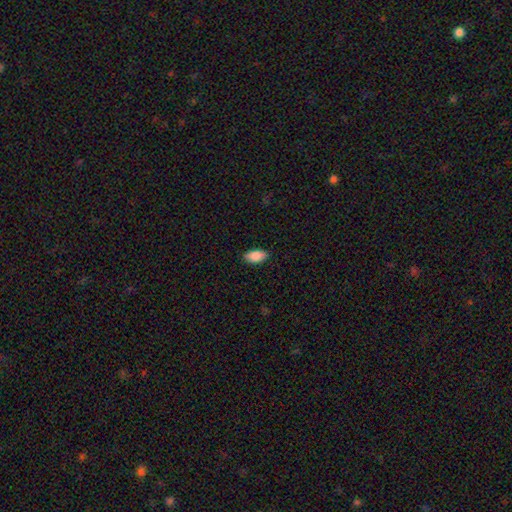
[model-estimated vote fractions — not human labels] The model was most divided on "merging": none: 85%, minor disturbance: 12%, major disturbance: 2%, merger: 1%. More confident: how rounded — in between (93%); smooth or featured — smooth (88%).